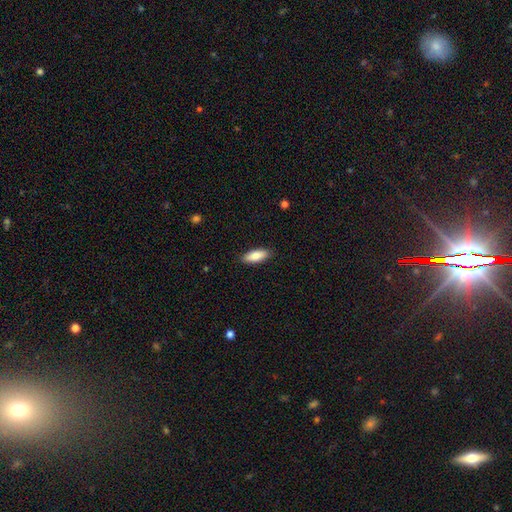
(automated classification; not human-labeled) The model was most divided on "how rounded": in between: 77%, cigar-shaped: 21%, round: 2%. More confident: merging — none (89%); smooth or featured — smooth (83%).